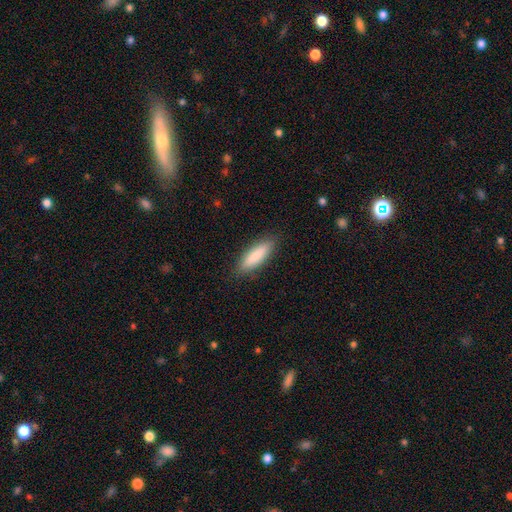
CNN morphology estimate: This appears to be a smooth galaxy with no disk features (86%) that is cigar-shaped (55%). Merging: none (87%).